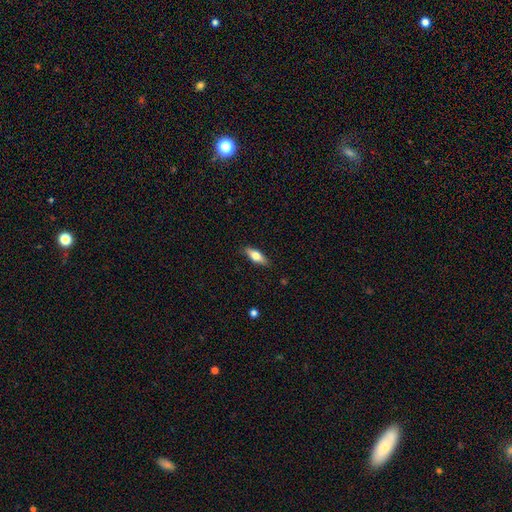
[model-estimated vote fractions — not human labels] A smooth galaxy with no disk features (64%) that is in between round and cigar-shaped (65%).

Vote fractions:
- Smooth or featured? smooth: 64% / featured or disk: 30% / star or artifact: 6%
- How rounded? in between: 65% / cigar-shaped: 32% / round: 3%
- Merging? none: 87% / minor disturbance: 10% / major disturbance: 2% / merger: 1%